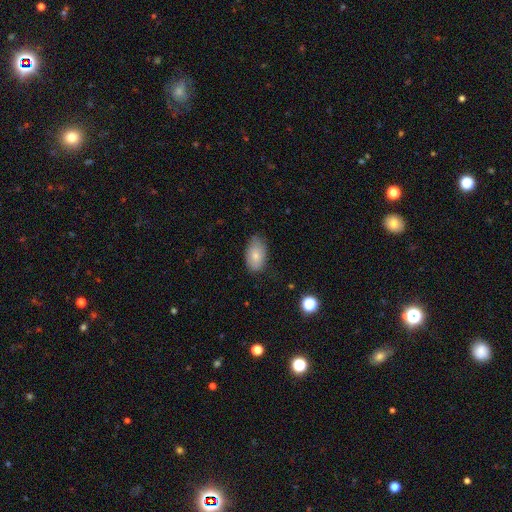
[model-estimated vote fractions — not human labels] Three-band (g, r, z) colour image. It shows a smooth galaxy with no disk features (78%) that is in between round and cigar-shaped (91%). Merging: none (72%).